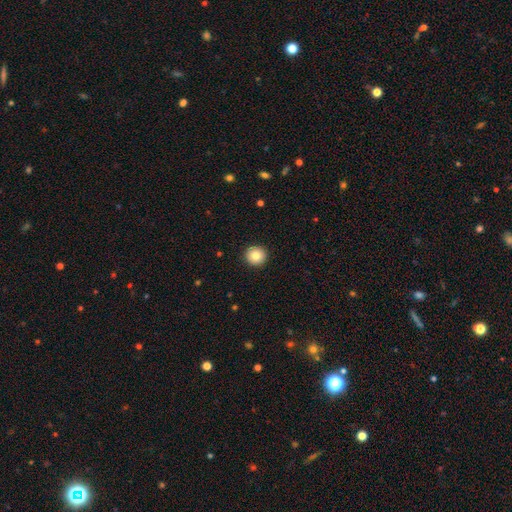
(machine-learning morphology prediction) Smooth or featured: smooth — 84% (star or artifact — 9%)
How rounded: round — 95% (in between — 5%)
Merging: none — 93% (minor disturbance — 5%)